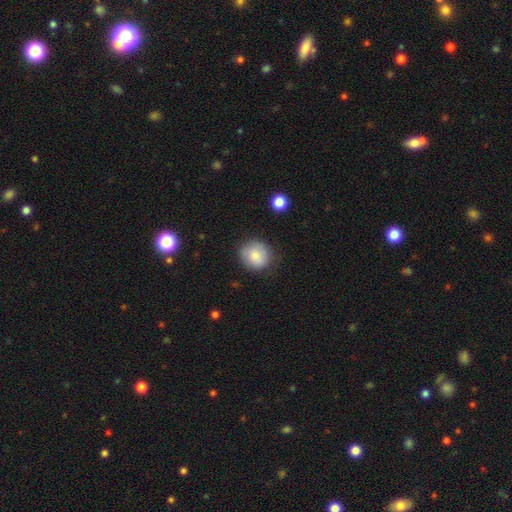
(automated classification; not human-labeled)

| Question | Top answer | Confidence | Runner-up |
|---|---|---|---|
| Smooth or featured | smooth | 82% | featured or disk (10%) |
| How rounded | round | 86% | in between (14%) |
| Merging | none | 77% | minor disturbance (17%) |